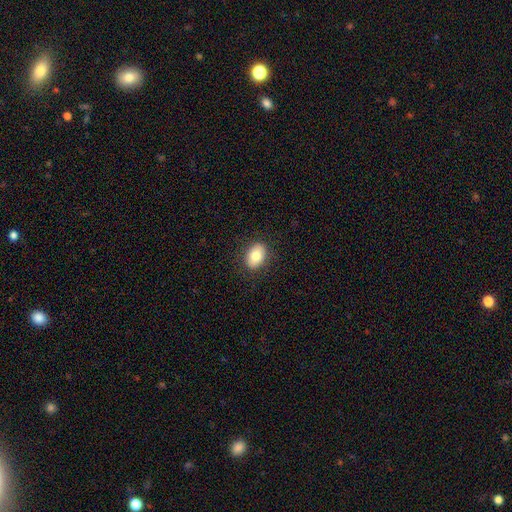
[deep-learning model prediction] Smooth or featured: smooth — 81% (featured or disk — 11%)
How rounded: in between — 78% (round — 21%)
Merging: none — 87% (minor disturbance — 10%)